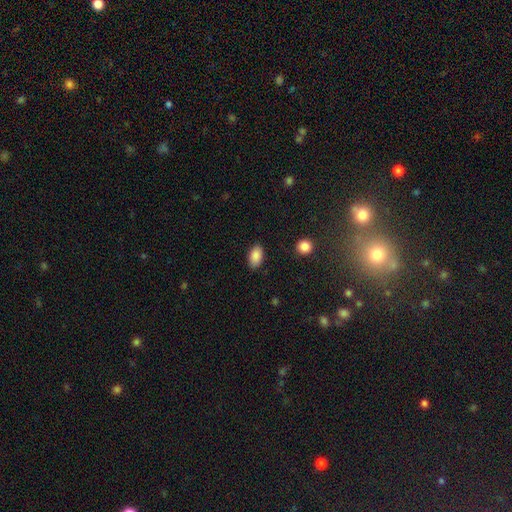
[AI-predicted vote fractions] Smooth or featured? smooth (88%)
How rounded? in between (92%)
Merging? none (86%)